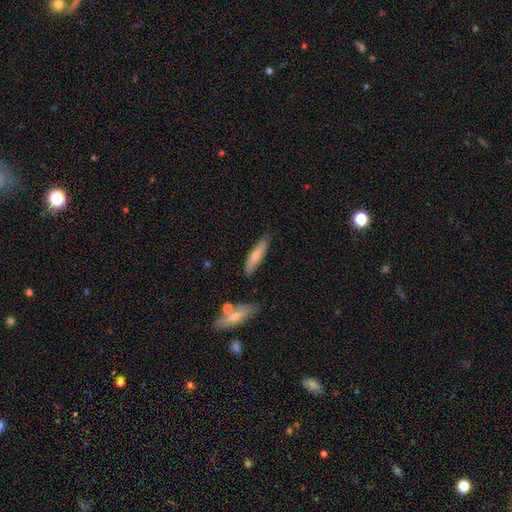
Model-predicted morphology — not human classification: smooth 65%, featured or disk 29%, star or artifact 6%. Down the decision tree: how rounded — cigar-shaped (75%); merging — none (80%).